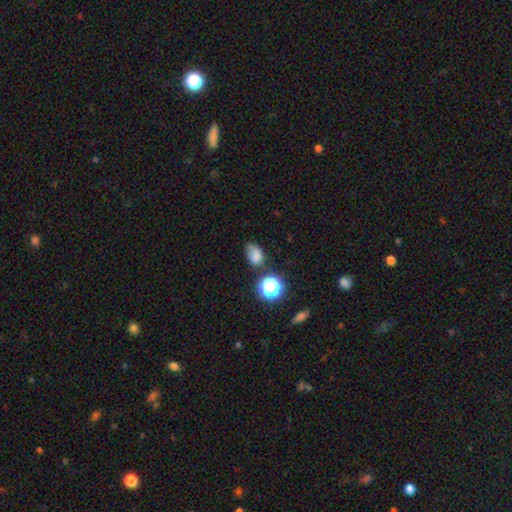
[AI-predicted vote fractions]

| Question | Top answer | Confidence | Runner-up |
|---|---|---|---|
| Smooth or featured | smooth | 74% | star or artifact (17%) |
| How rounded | in between | 71% | round (27%) |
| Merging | none | 49% | minor disturbance (29%) |